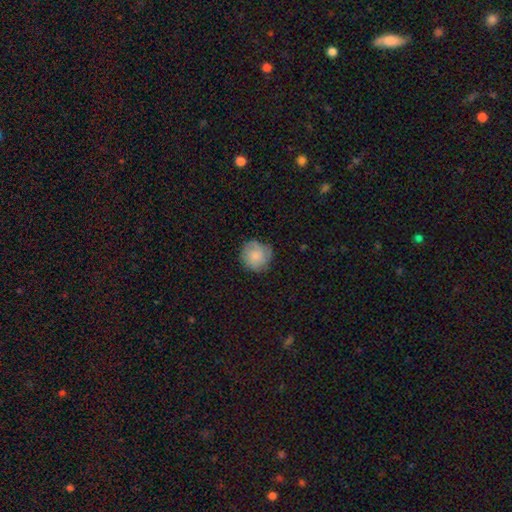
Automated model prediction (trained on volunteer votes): This appears to be a smooth galaxy with no disk features (67%) that is round (91%). Merging: none (77%).